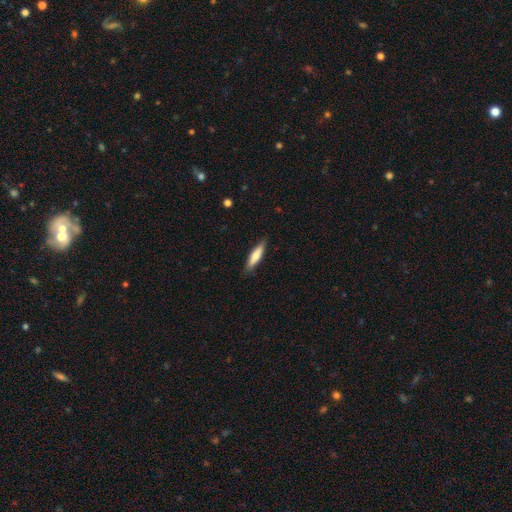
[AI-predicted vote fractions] A smooth galaxy with no disk features (73%) that is cigar-shaped (73%).

Vote fractions:
- Smooth or featured? smooth: 73% / featured or disk: 22% / star or artifact: 6%
- How rounded? cigar-shaped: 73% / in between: 26% / round: 1%
- Merging? none: 86% / minor disturbance: 11% / major disturbance: 2% / merger: 1%